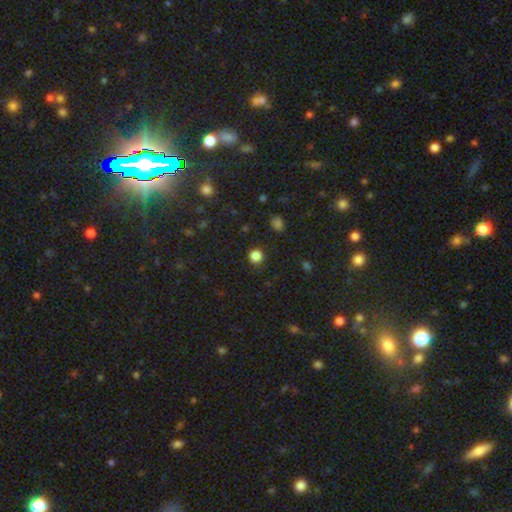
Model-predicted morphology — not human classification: Smooth or featured? Predicted: smooth (p=0.83). How rounded? Predicted: round (p=0.92). Merging? Predicted: none (p=0.90).